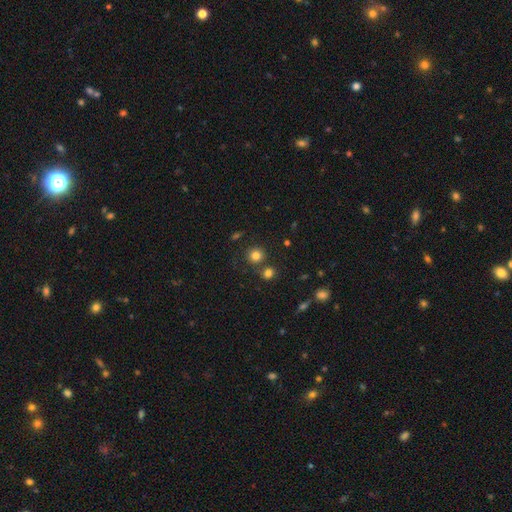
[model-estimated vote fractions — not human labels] Smooth or featured? smooth (79%)
How rounded? round (91%)
Merging? none (76%)